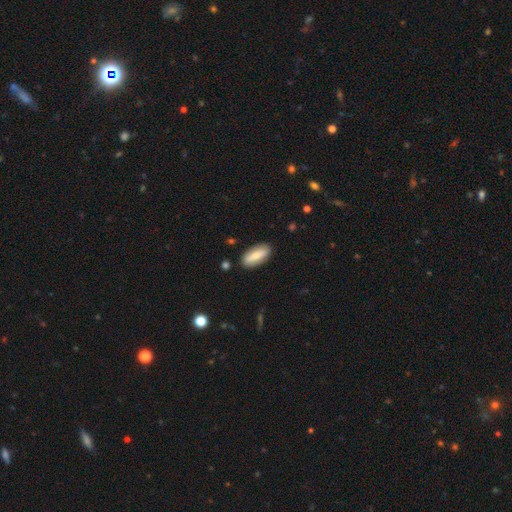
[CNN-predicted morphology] Smooth or featured?
  - smooth: 69% *
  - featured or disk: 26%
  - star or artifact: 6%
How rounded?
  - in between: 75% *
  - cigar-shaped: 22%
  - round: 2%
Merging?
  - none: 87% *
  - minor disturbance: 9%
  - major disturbance: 2%
  - merger: 1%